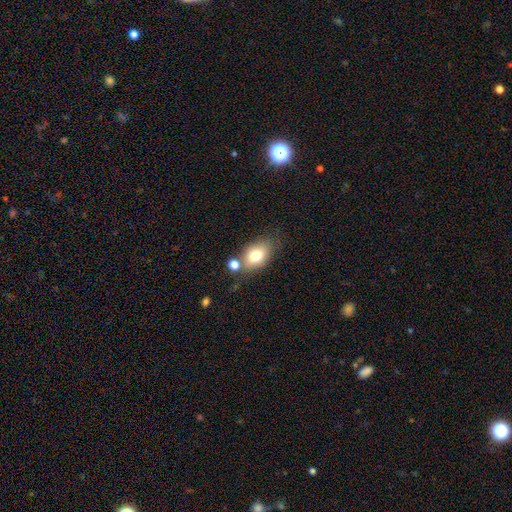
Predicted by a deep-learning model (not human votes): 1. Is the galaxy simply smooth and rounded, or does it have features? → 76% smooth, 14% featured or disk, 9% star or artifact.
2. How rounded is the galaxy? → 81% in between, 18% round, 2% cigar-shaped.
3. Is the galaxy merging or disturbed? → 62% none, 17% merger, 16% minor disturbance, 5% major disturbance.